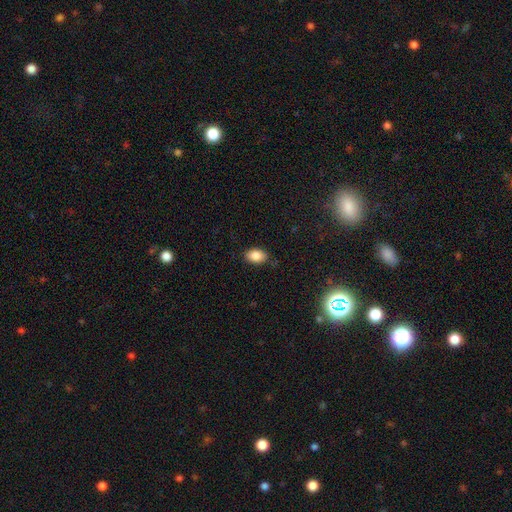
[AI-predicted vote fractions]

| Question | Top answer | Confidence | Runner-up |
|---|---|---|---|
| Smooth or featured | smooth | 86% | star or artifact (8%) |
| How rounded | in between | 89% | round (10%) |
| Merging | none | 83% | minor disturbance (13%) |